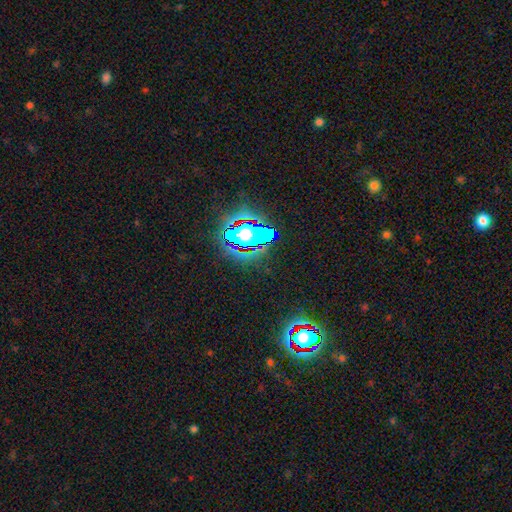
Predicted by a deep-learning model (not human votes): This is possibly a star or artifact rather than a galaxy (60%).